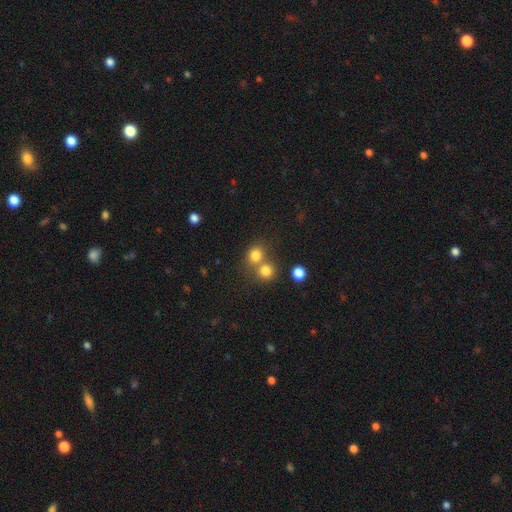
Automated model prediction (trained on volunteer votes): Smooth or featured?
  - smooth: 78% *
  - star or artifact: 14%
  - featured or disk: 8%
How rounded?
  - round: 80% *
  - in between: 19%
  - cigar-shaped: 1%
Merging?
  - none: 49% *
  - merger: 42%
  - minor disturbance: 7%
  - major disturbance: 3%